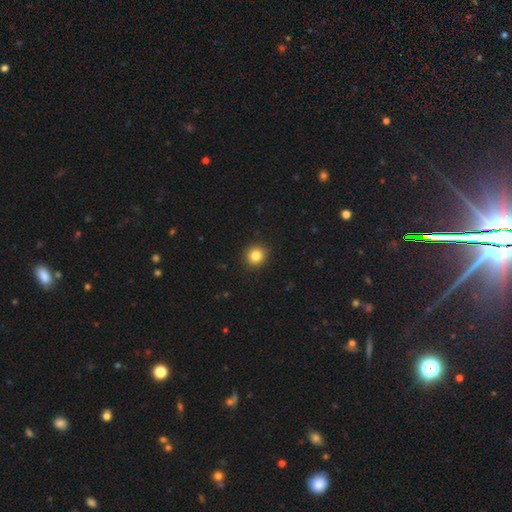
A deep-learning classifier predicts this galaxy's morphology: Smooth or featured?
  - smooth: 84% *
  - star or artifact: 11%
  - featured or disk: 5%
How rounded?
  - round: 90% *
  - in between: 9%
  - cigar-shaped: 1%
Merging?
  - none: 91% *
  - minor disturbance: 6%
  - major disturbance: 2%
  - merger: 1%